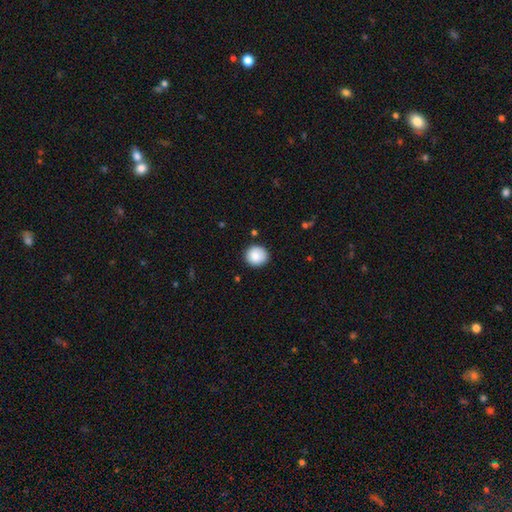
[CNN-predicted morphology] Smooth or featured: smooth — 86% (star or artifact — 8%)
How rounded: round — 92% (in between — 7%)
Merging: none — 88% (minor disturbance — 9%)